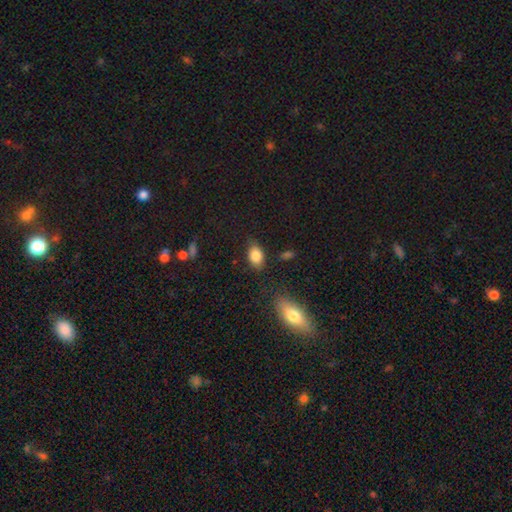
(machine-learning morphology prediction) Q: Smooth or featured?
A: smooth (84%); runner-up: star or artifact (8%)
Q: How rounded?
A: in between (83%); runner-up: round (15%)
Q: Merging?
A: none (71%); runner-up: minor disturbance (21%)